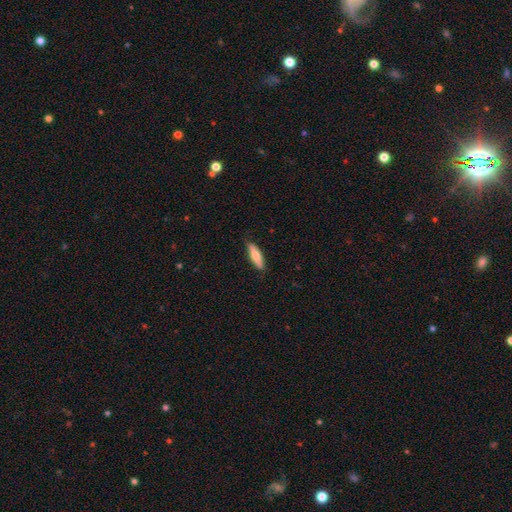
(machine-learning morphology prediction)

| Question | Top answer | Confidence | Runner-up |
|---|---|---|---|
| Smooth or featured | smooth | 69% | featured or disk (26%) |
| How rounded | cigar-shaped | 65% | in between (33%) |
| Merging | none | 85% | minor disturbance (12%) |